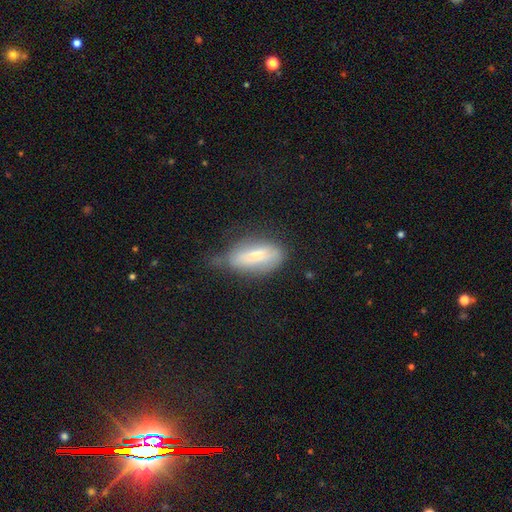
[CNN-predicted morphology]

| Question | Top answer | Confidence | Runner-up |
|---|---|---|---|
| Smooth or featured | smooth | 60% | featured or disk (32%) |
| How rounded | in between | 77% | cigar-shaped (20%) |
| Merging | none | 42% | minor disturbance (38%) |